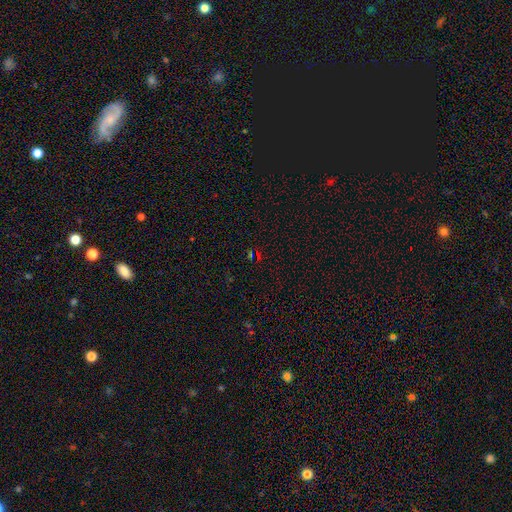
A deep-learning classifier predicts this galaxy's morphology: smooth-or-featured: star or artifact: 67% | smooth: 25% | featured or disk: 8%